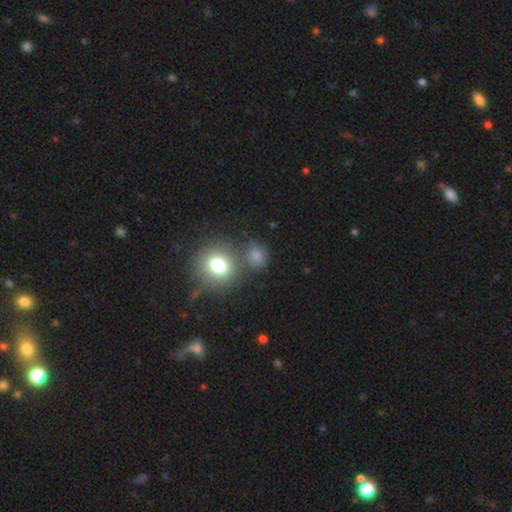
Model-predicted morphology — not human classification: A smooth galaxy with no disk features (75%) that is round (78%). Merging: none (60%).